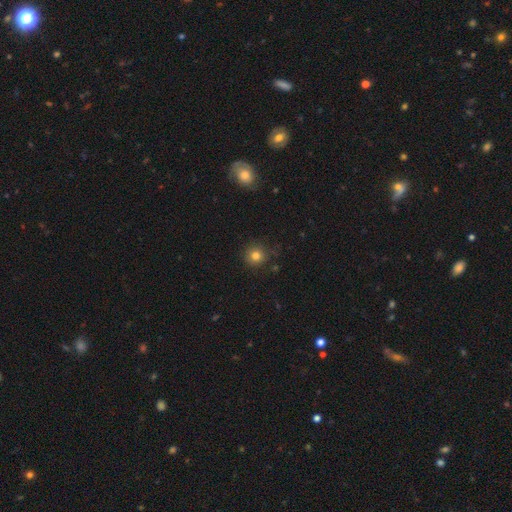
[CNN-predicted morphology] Overall: smooth (79%). How rounded: round (93%). Merging: none (83%).